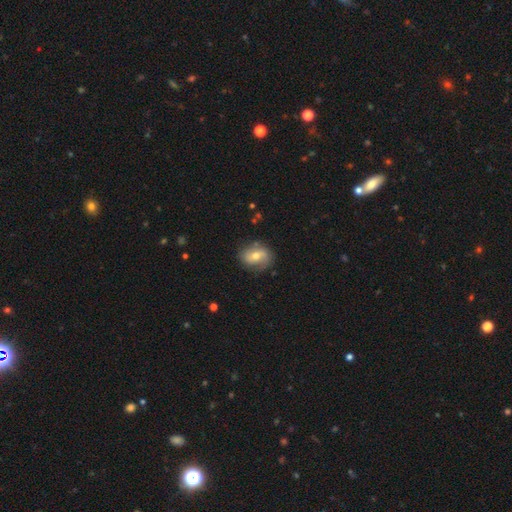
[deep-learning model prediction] smooth-or-featured: featured or disk: 50% | smooth: 42% | star or artifact: 8%
  merging: none: 74% | minor disturbance: 18% | major disturbance: 6% | merger: 2%